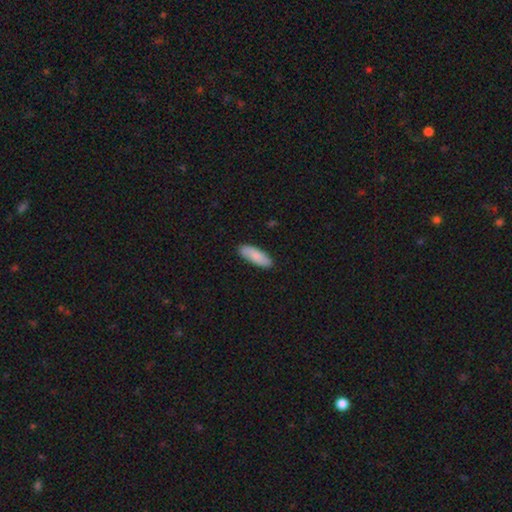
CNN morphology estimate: smooth-or-featured: smooth: 81% | featured or disk: 14% | star or artifact: 5%
  how-rounded: in between: 63% | cigar-shaped: 36% | round: 2%
  merging: none: 88% | minor disturbance: 10% | major disturbance: 2% | merger: 1%